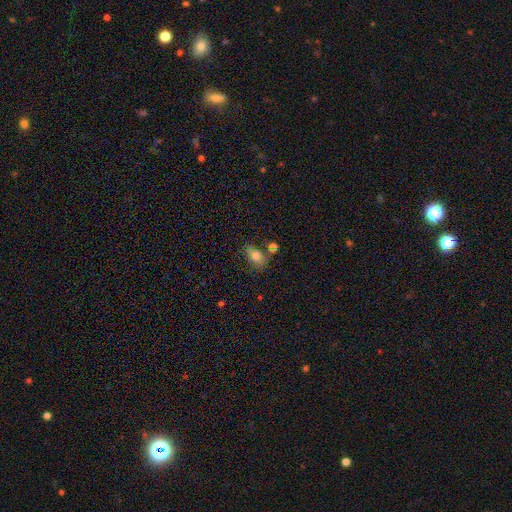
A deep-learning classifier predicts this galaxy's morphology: smooth_or_featured: smooth (p=0.65) [alt: featured or disk p=0.18]
how_rounded: in between (p=0.70) [alt: round p=0.27]
merging: none (p=0.53) [alt: minor disturbance p=0.23]